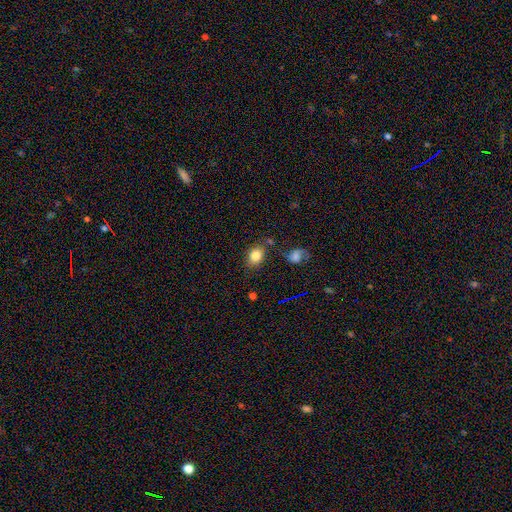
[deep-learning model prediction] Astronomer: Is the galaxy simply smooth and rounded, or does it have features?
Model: smooth — 82%.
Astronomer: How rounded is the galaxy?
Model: in between — 62% (runner-up: round, 37%).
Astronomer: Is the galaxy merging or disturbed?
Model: none — 73%.